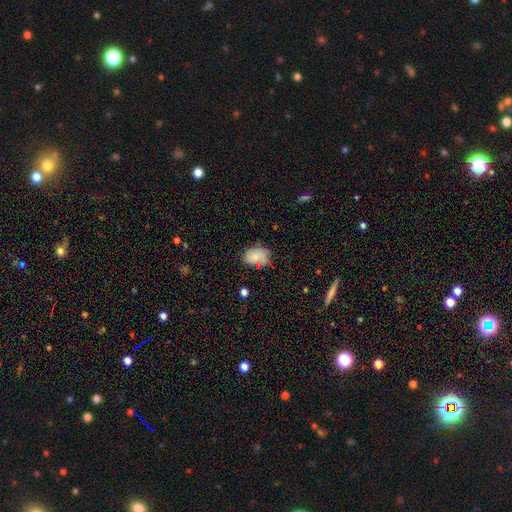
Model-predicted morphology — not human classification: smooth-or-featured: smooth: 73% | featured or disk: 16% | star or artifact: 11%
  how-rounded: in between: 69% | round: 29% | cigar-shaped: 1%
  merging: none: 70% | minor disturbance: 22% | major disturbance: 6% | merger: 3%